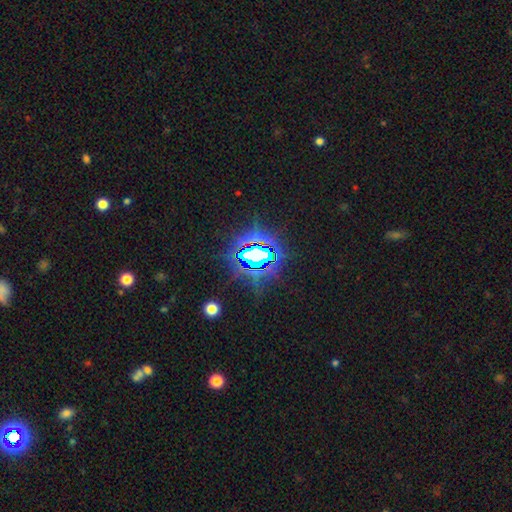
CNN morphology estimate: Smooth or featured? star or artifact (78%)